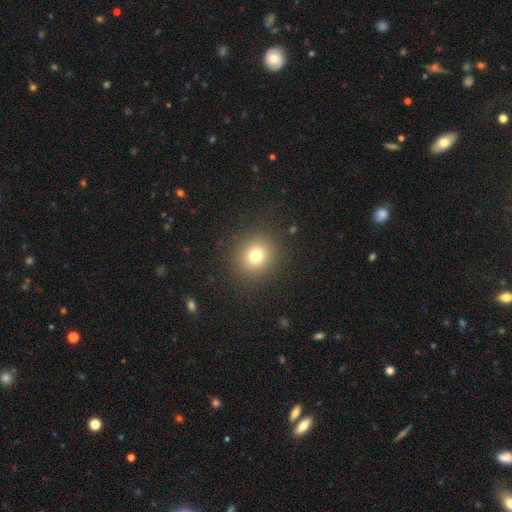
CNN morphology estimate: This is likely a smooth galaxy (76%). How rounded: clearly round (87%). Merging: clearly none (89%).